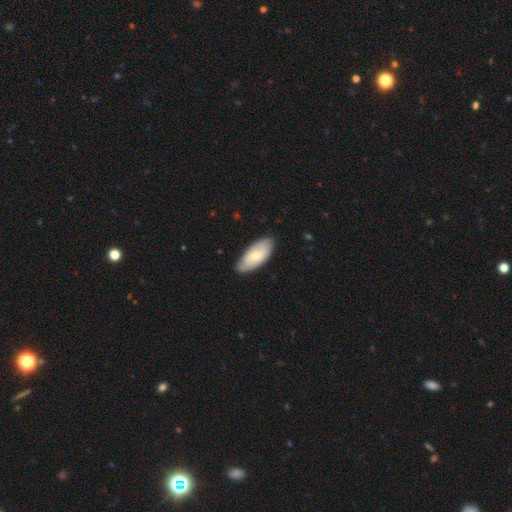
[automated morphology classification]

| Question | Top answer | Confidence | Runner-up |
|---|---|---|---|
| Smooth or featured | smooth | 65% | featured or disk (29%) |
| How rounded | in between | 88% | cigar-shaped (10%) |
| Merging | none | 80% | minor disturbance (17%) |